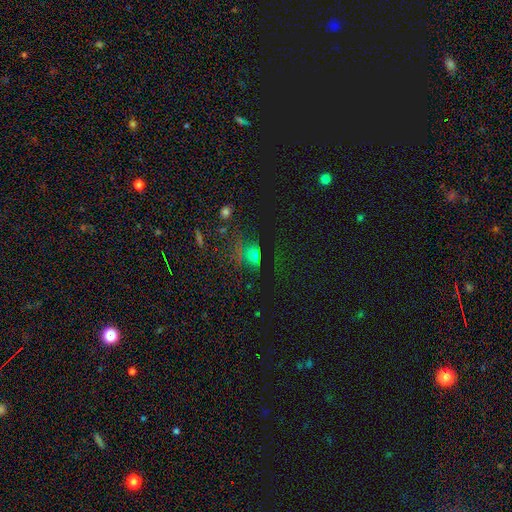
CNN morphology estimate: This is marginally a smooth galaxy (43%). Merging: possibly none (50%).